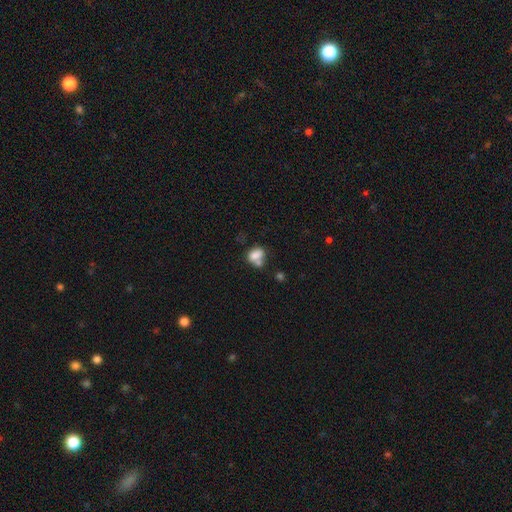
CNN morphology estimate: Smooth or featured: smooth — 76% (featured or disk — 14%)
How rounded: in between — 69% (round — 30%)
Merging: merger — 44% (none — 31%)